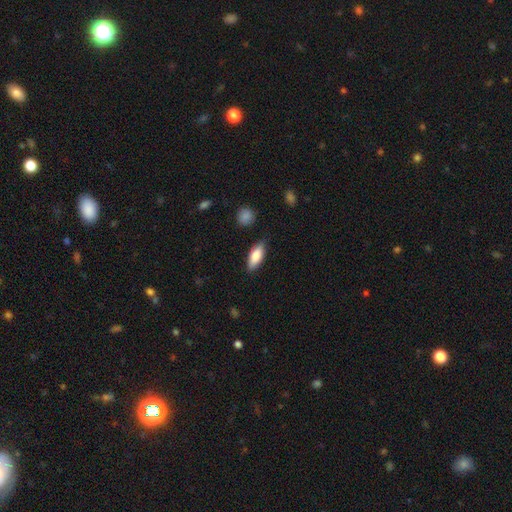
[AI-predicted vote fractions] Morphology: type=smooth (80%); roundness=in between (75%); merging=none (83%).